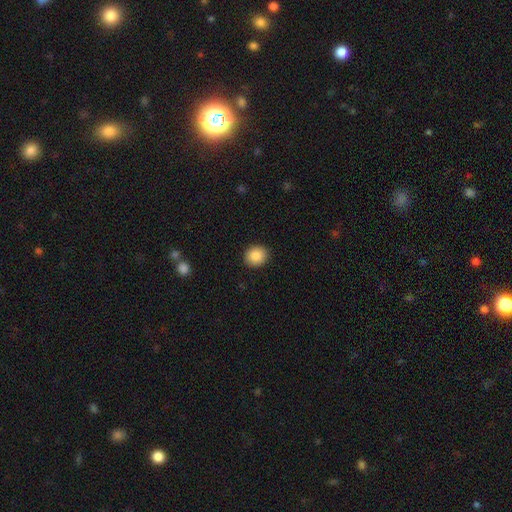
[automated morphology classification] This is clearly a smooth galaxy (87%). How rounded: likely round (77%). Merging: clearly none (91%).